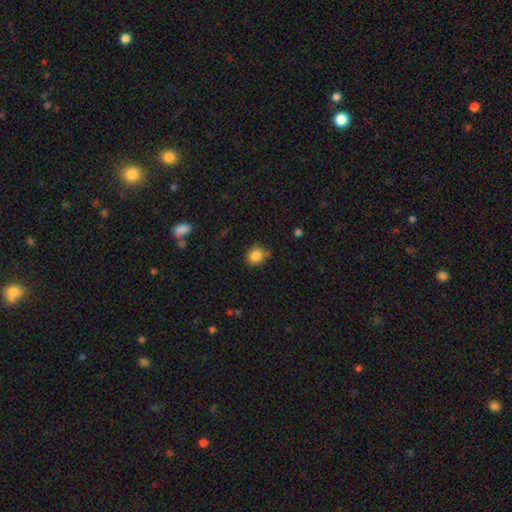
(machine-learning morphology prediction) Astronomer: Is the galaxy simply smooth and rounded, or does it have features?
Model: smooth — 84%.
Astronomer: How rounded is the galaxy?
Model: round — 75%.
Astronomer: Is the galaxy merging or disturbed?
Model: none — 72%.